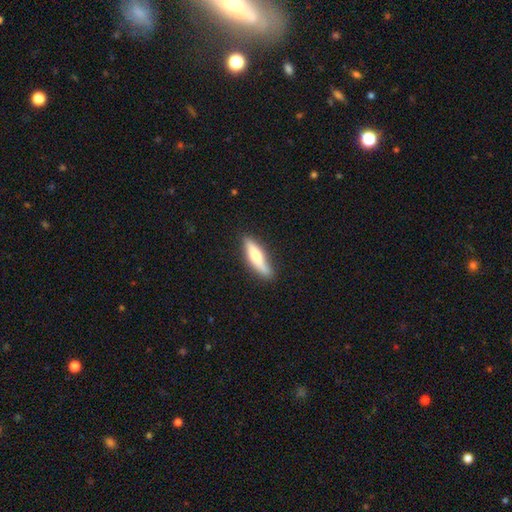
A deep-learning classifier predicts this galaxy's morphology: Smooth or featured? Predicted: smooth (p=0.55). How rounded? Predicted: cigar-shaped (p=0.72). Merging? Predicted: none (p=0.83).